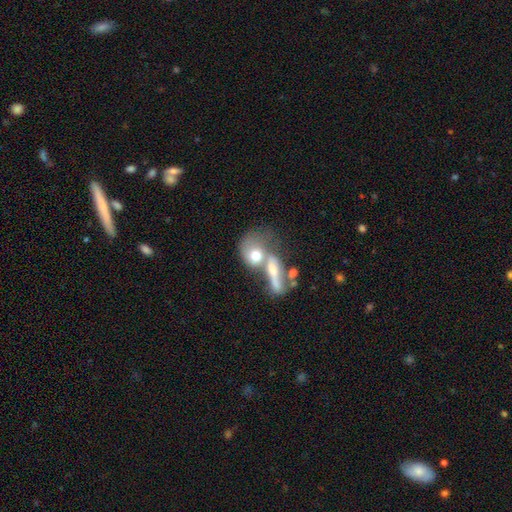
smooth_or_featured: smooth (p=0.57) [alt: featured or disk p=0.38]
how_rounded: round (p=0.52) [alt: in between p=0.29]
merging: merger (p=0.71) [alt: none p=0.20]